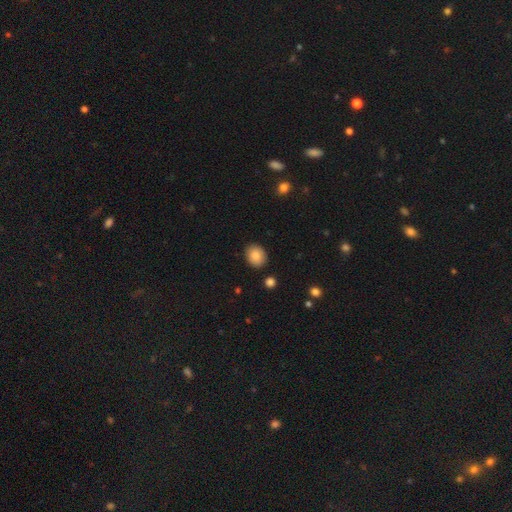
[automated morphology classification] The model was most divided on "how rounded": round: 53%, in between: 46%, cigar-shaped: 1%. More confident: merging — none (88%); smooth or featured — smooth (87%).